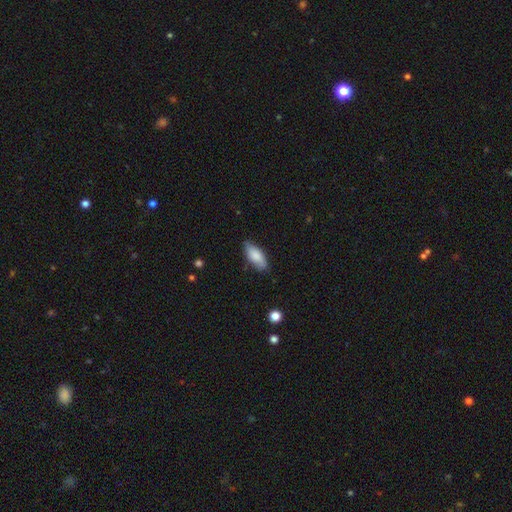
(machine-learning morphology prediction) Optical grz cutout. It shows a smooth galaxy with no disk features (82%) that is in between round and cigar-shaped (83%). Merging: none (77%).